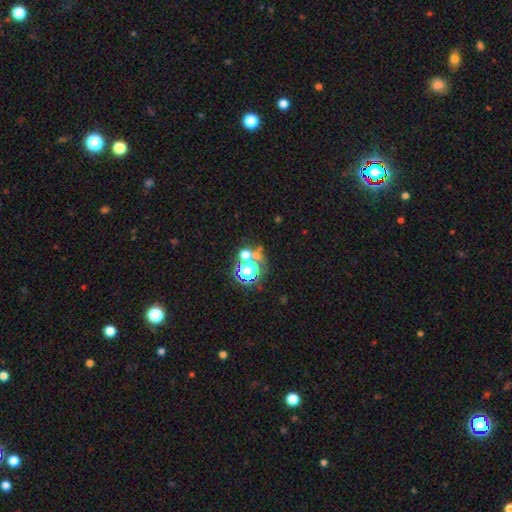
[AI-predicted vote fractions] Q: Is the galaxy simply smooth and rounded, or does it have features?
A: smooth — 46%.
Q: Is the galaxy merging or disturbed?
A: none — 53%.